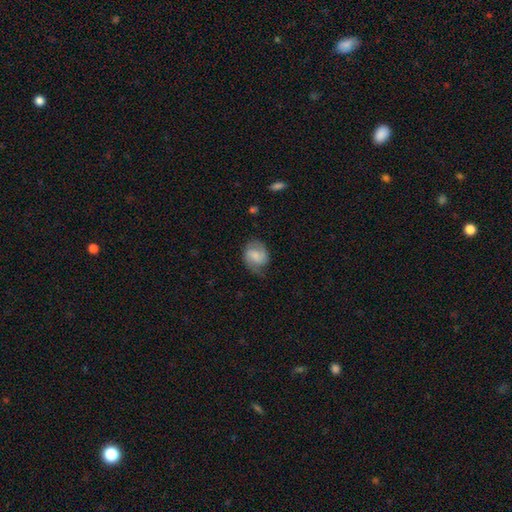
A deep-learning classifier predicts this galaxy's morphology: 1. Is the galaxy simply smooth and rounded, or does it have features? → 48% smooth, 45% featured or disk, 7% star or artifact.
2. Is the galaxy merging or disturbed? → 57% none, 29% minor disturbance, 12% major disturbance, 2% merger.